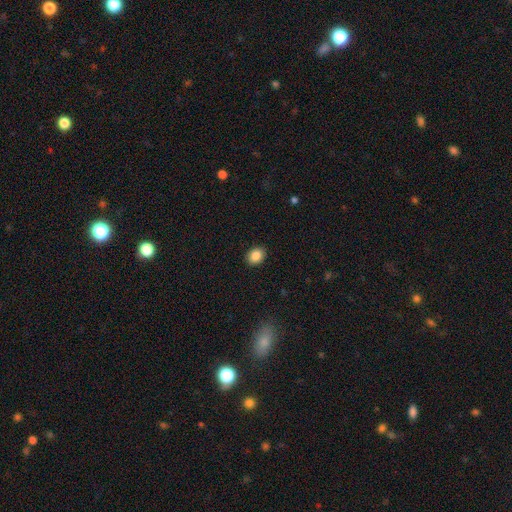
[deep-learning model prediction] Overall: smooth (86%). How rounded: in between (55%; round 44%). Merging: none (90%).